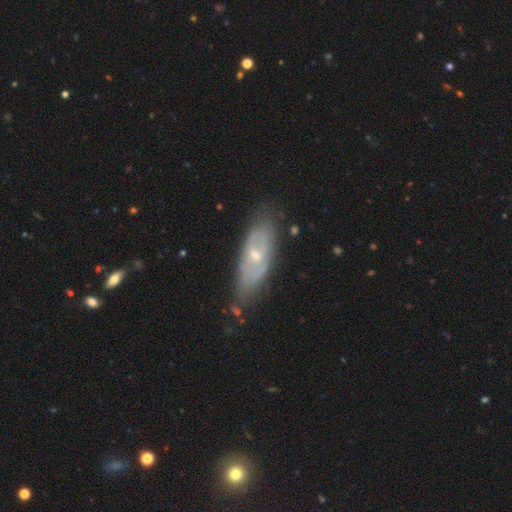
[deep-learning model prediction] Morphology: type=featured or disk (63%); edge-on=no (78%); merging=none (68%).